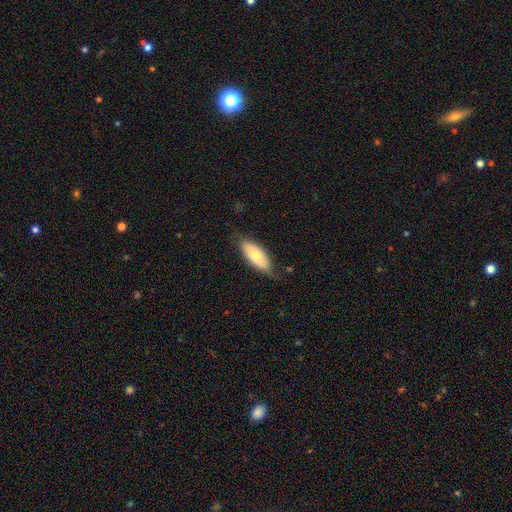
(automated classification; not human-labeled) Morphology: type=smooth (68%); roundness=in between (82%); merging=none (73%).